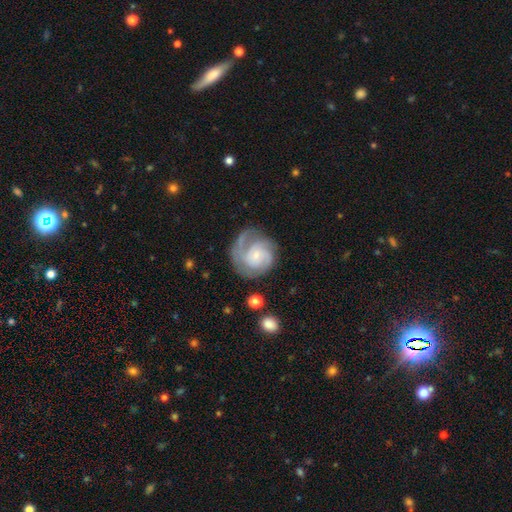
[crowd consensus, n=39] Smooth or featured: featured or disk — 77% (smooth — 15%)
Edge-on disk: no — 100%
Bar: no — 80% (weak — 20%)
Spiral arms: yes — 93% (no — 7%)
Spiral winding: tight — 54% (medium — 36%)
Spiral arm count: 3 — 50% (can't tell — 25%)
Bulge size: small — 77% (moderate — 13%)
Merging: none — 44% (major disturbance — 31%)